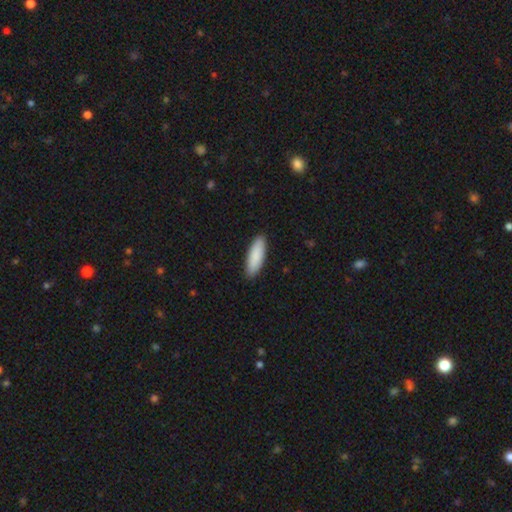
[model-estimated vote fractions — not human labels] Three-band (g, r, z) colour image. It shows a smooth galaxy with no disk features (88%) that is in between round and cigar-shaped (53%). Merging: none (91%).